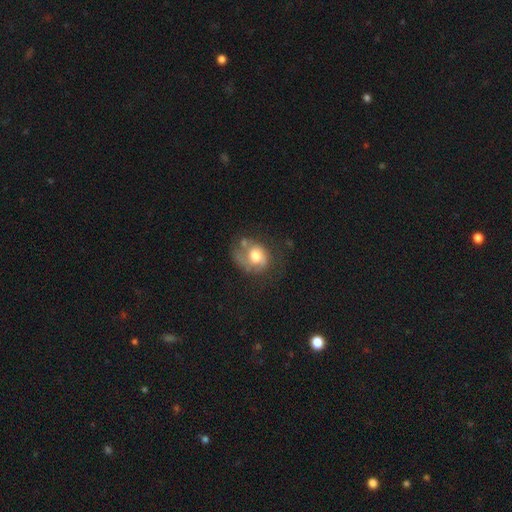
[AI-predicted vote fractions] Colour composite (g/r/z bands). It shows a featured or disk galaxy (52%) with no bar (76%), spiral arms (71%) and a moderate central bulge (54%). Merging: none (39%).